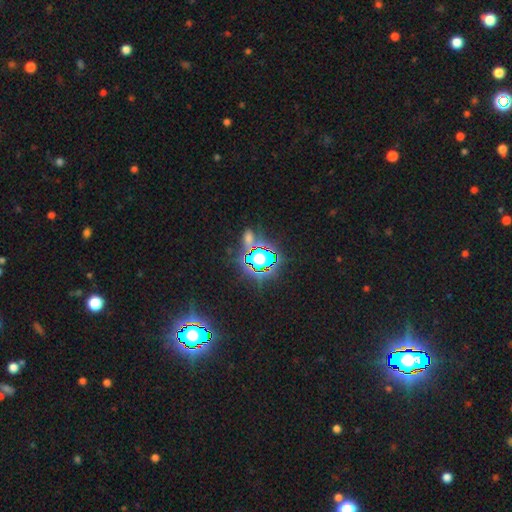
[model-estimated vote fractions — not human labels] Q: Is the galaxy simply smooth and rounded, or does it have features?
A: star or artifact — 81%.